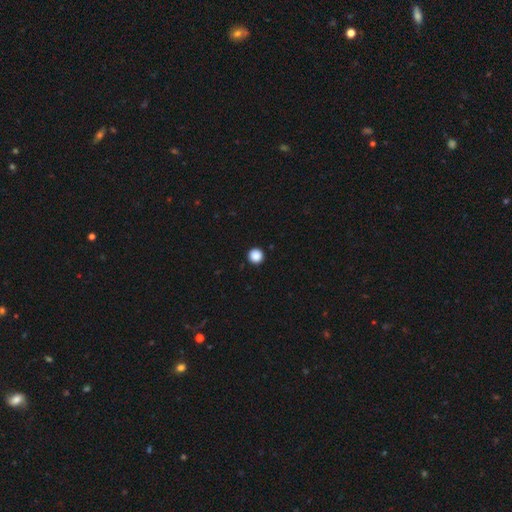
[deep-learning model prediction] Smooth or featured? smooth (88%)
How rounded? round (96%)
Merging? none (94%)